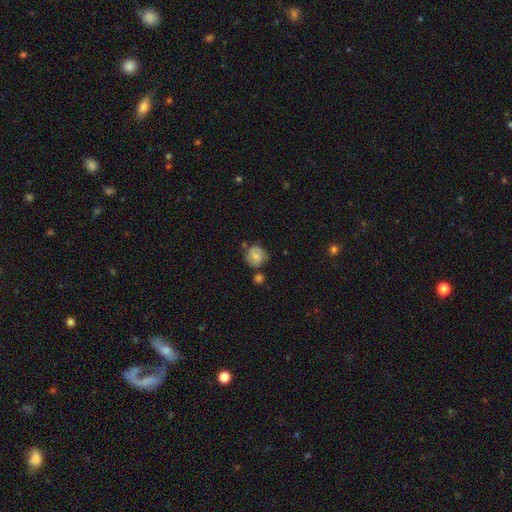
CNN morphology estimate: This appears to be a smooth galaxy with no disk features (60%) that is round (84%). Merging: none (65%).